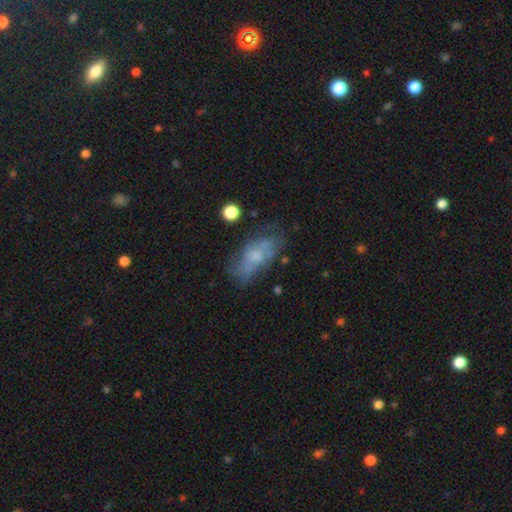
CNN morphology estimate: A smooth galaxy with no disk features (50%). Merging: none (55%).